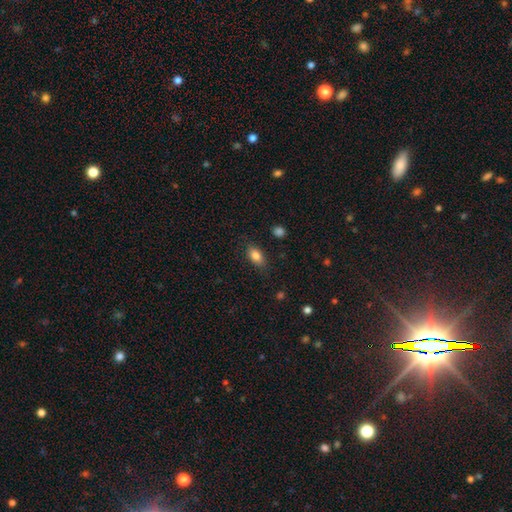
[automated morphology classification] smooth 83%, featured or disk 9%, star or artifact 8%. Down the decision tree: how rounded — in between (87%); merging — none (82%).